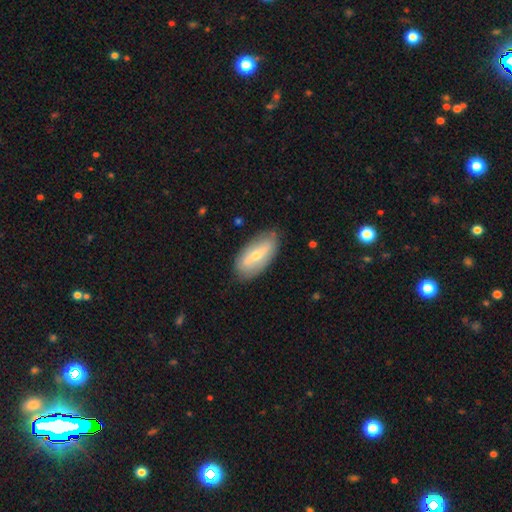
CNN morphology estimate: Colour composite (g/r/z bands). It shows a smooth galaxy with no disk features (48%). Merging: none (81%).